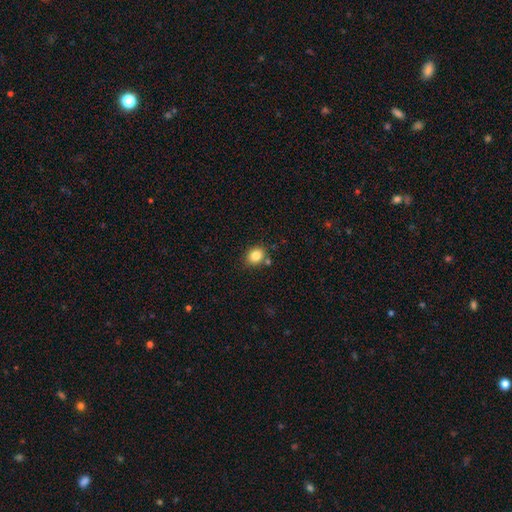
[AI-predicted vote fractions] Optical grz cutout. It shows a smooth galaxy with no disk features (83%) that is round (61%). Merging: none (75%).